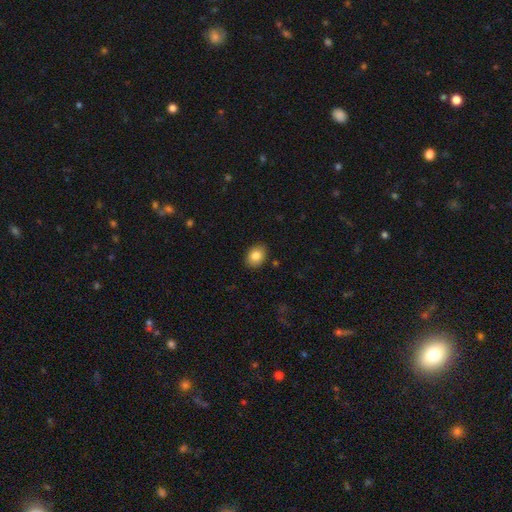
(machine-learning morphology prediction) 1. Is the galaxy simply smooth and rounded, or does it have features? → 84% smooth, 8% star or artifact, 8% featured or disk.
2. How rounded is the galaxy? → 64% in between, 35% round, 1% cigar-shaped.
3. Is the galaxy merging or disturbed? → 87% none, 9% minor disturbance, 2% major disturbance, 1% merger.